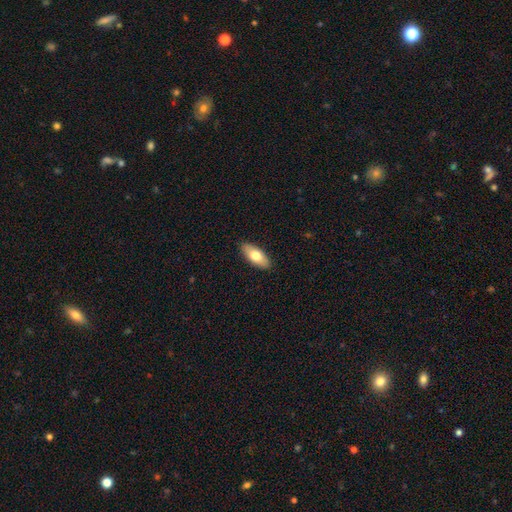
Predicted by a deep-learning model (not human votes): A smooth galaxy with no disk features (73%) that is in between round and cigar-shaped (86%). Merging: none (89%).